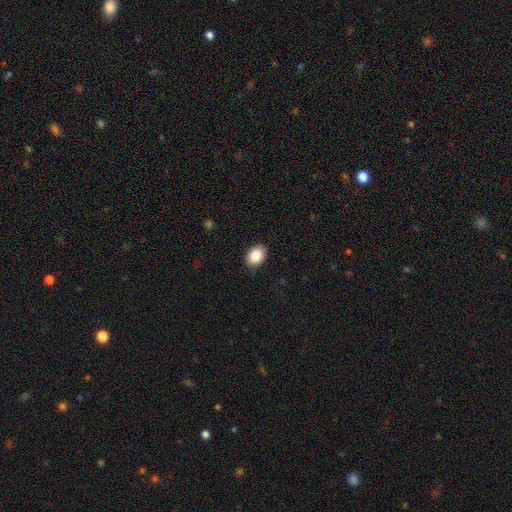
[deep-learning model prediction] Smooth or featured?
  - smooth: 88% *
  - star or artifact: 8%
  - featured or disk: 5%
How rounded?
  - in between: 78% *
  - round: 21%
  - cigar-shaped: 1%
Merging?
  - none: 86% *
  - minor disturbance: 10%
  - major disturbance: 2%
  - merger: 1%